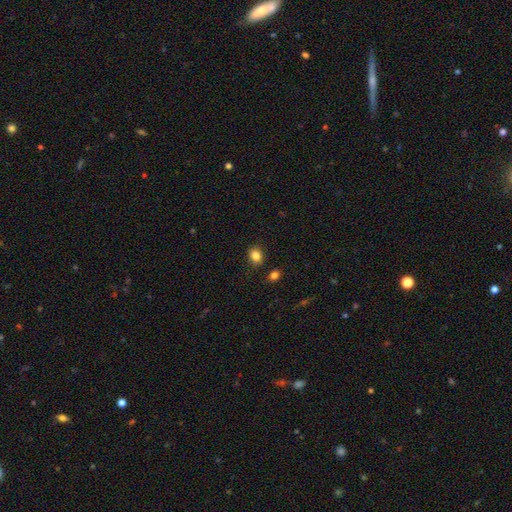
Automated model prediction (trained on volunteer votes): smooth-or-featured: smooth: 84% | star or artifact: 11% | featured or disk: 5%
  how-rounded: round: 52% | in between: 47% | cigar-shaped: 1%
  merging: none: 85% | minor disturbance: 9% | merger: 4% | major disturbance: 2%